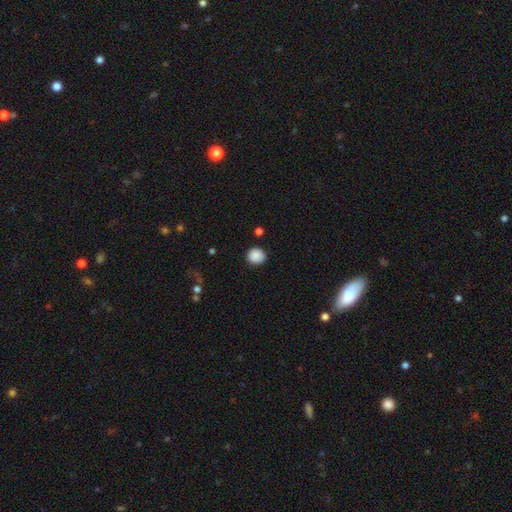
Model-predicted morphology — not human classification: Q: Smooth or featured?
A: smooth (88%); runner-up: star or artifact (9%)
Q: How rounded?
A: round (86%); runner-up: in between (13%)
Q: Merging?
A: none (87%); runner-up: minor disturbance (9%)